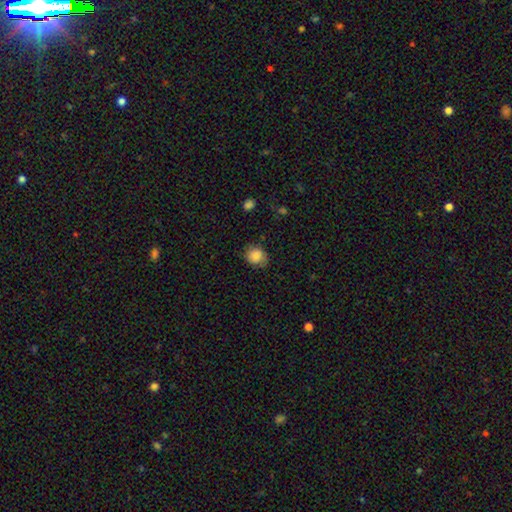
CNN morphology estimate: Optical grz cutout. It shows a smooth galaxy with no disk features (85%) that is round (66%). Merging: none (73%).